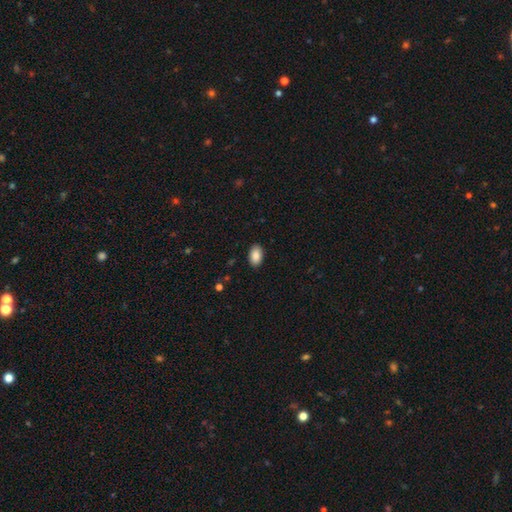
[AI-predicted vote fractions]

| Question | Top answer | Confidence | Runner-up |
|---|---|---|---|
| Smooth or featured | smooth | 88% | star or artifact (7%) |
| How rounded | in between | 93% | round (5%) |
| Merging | none | 90% | minor disturbance (7%) |